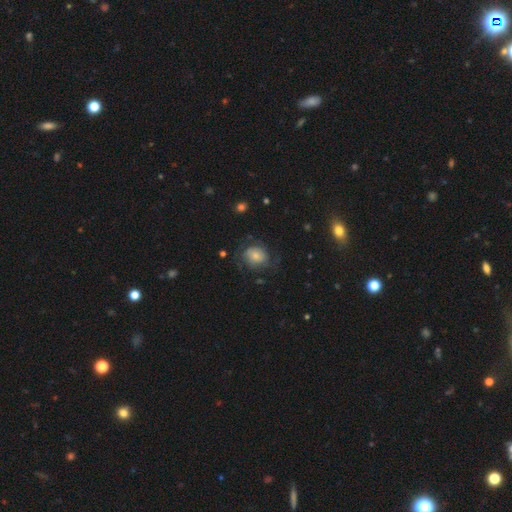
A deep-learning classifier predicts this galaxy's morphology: smooth 56%, featured or disk 35%, star or artifact 9%. Down the decision tree: how rounded — round (60%); merging — none (58%).